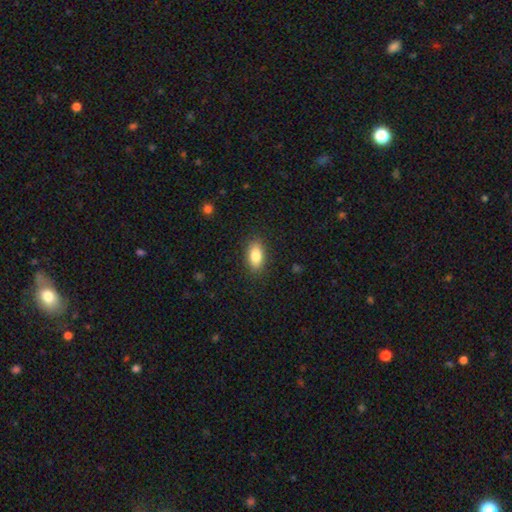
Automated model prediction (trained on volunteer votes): This is clearly a smooth galaxy (84%). How rounded: clearly in between (89%). Merging: clearly none (87%).